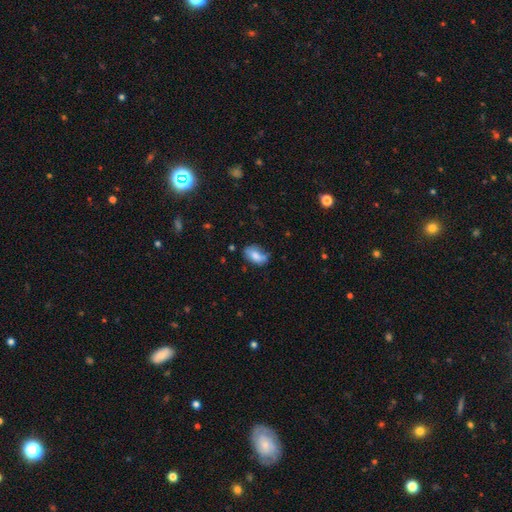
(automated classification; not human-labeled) A smooth galaxy with no disk features (77%) that is in between round and cigar-shaped (89%).

Vote fractions:
- Smooth or featured? smooth: 77% / featured or disk: 15% / star or artifact: 8%
- How rounded? in between: 89% / round: 7% / cigar-shaped: 3%
- Merging? none: 57% / minor disturbance: 29% / major disturbance: 8% / merger: 7%